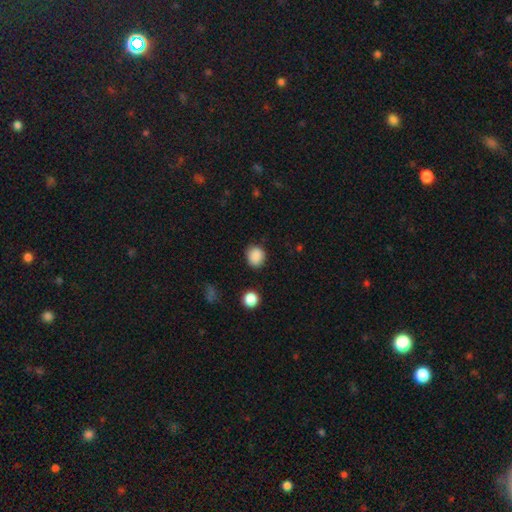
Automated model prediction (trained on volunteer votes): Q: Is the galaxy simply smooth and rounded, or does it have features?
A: smooth — 88%.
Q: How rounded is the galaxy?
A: round — 73%.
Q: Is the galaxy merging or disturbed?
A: none — 84%.